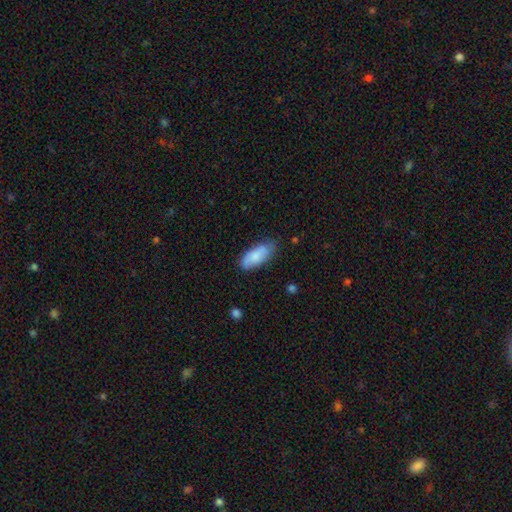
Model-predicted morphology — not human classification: A smooth galaxy with no disk features (80%) that is in between round and cigar-shaped (83%). Merging: none (72%).